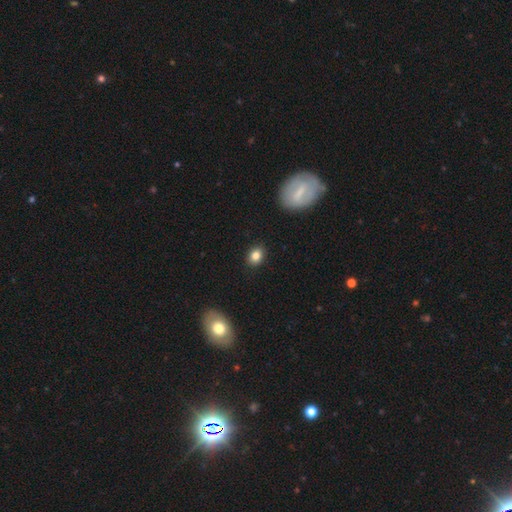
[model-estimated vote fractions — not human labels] Smooth or featured?
  - smooth: 83% *
  - star or artifact: 10%
  - featured or disk: 7%
How rounded?
  - in between: 58% *
  - round: 40%
  - cigar-shaped: 1%
Merging?
  - none: 89% *
  - minor disturbance: 8%
  - major disturbance: 2%
  - merger: 1%